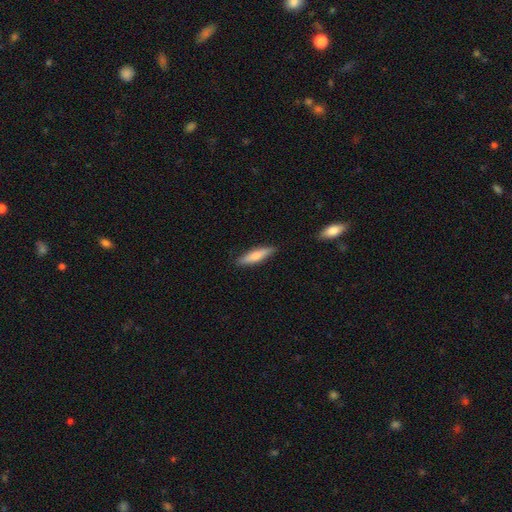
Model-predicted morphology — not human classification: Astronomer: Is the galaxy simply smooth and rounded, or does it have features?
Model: smooth — 71%.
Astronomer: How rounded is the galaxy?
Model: cigar-shaped — 75%.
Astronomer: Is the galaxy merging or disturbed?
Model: none — 87%.